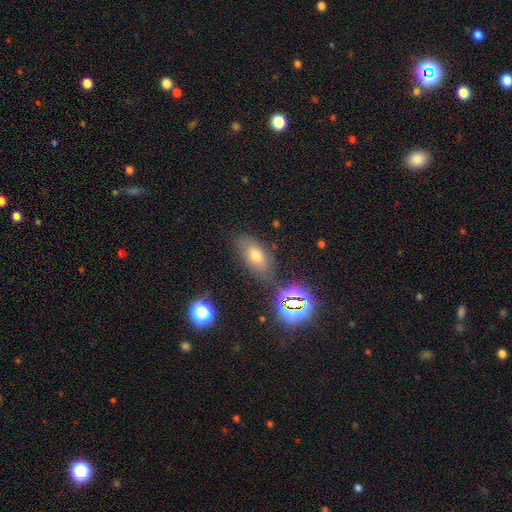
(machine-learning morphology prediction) This appears to be a smooth galaxy with no disk features (62%) that is in between round and cigar-shaped (86%). Merging: none (70%).